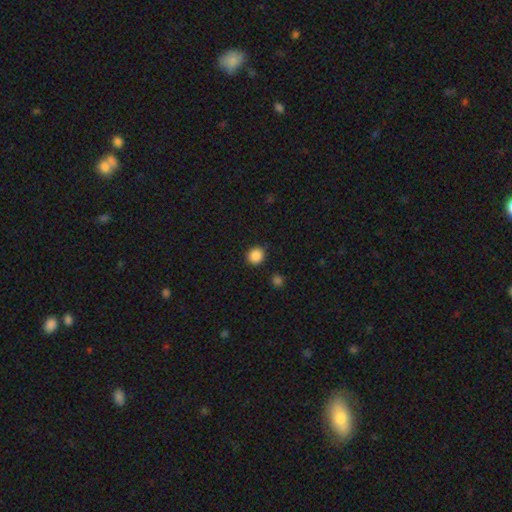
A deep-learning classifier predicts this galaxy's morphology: This is clearly a smooth galaxy (87%). How rounded: clearly round (85%). Merging: clearly none (89%).